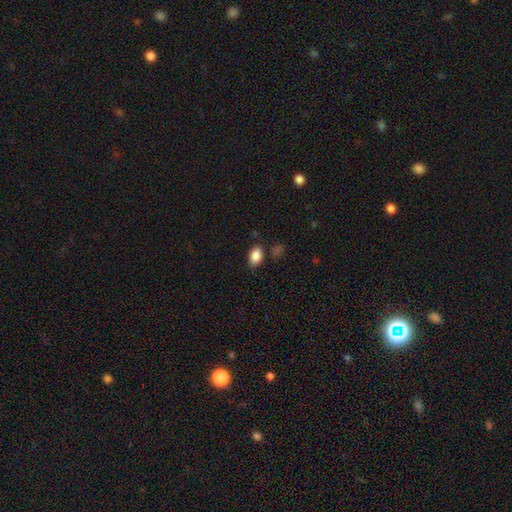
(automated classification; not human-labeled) smooth 87%, star or artifact 8%, featured or disk 5%. Down the decision tree: how rounded — in between (88%); merging — none (82%).